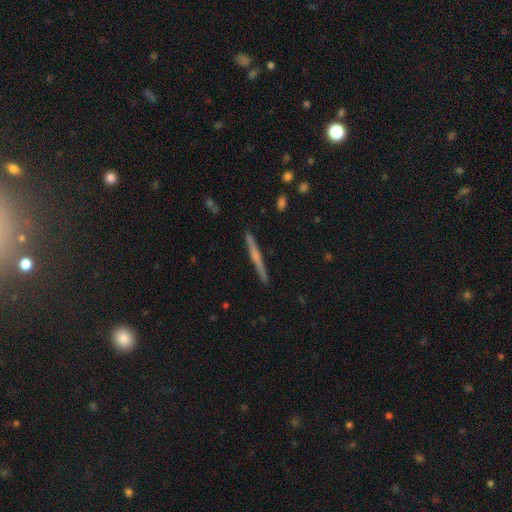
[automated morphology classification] A featured or disk galaxy (62%) viewed edge-on (98%) with a rounded central bulge (49%). Merging: none (91%).